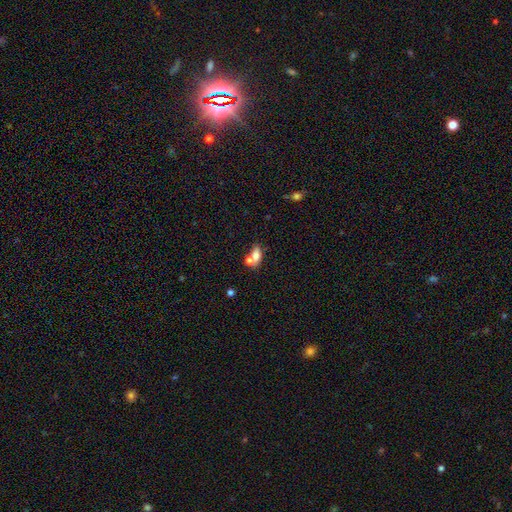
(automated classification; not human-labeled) Overall: smooth (70%). How rounded: in between (78%). Merging: merger (53%; none 30%).